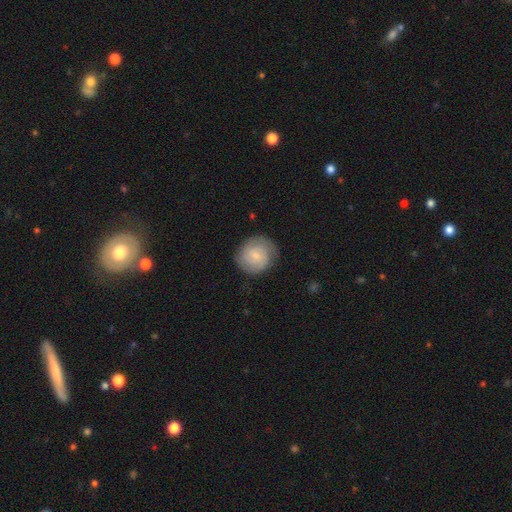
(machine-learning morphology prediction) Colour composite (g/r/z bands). It shows a smooth galaxy with no disk features (55%) that is round (88%). Merging: none (79%).